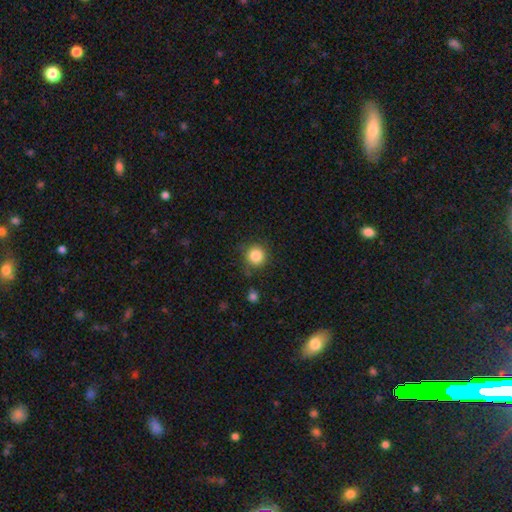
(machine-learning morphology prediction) smooth_or_featured: smooth (p=0.85) [alt: star or artifact p=0.11]
how_rounded: round (p=0.93) [alt: in between p=0.06]
merging: none (p=0.82) [alt: minor disturbance p=0.12]